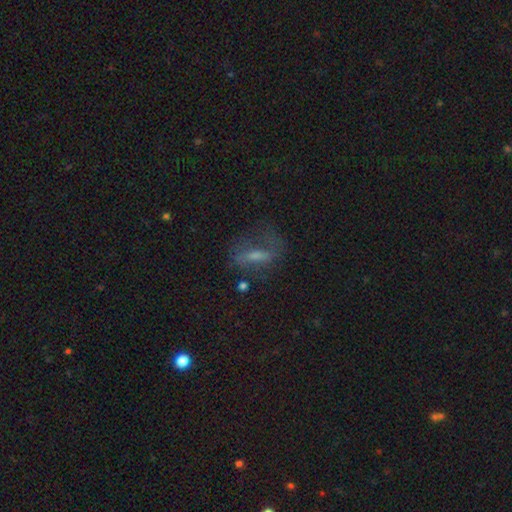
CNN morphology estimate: This is possibly a featured or disk galaxy (50%). Merging: possibly none (54%).